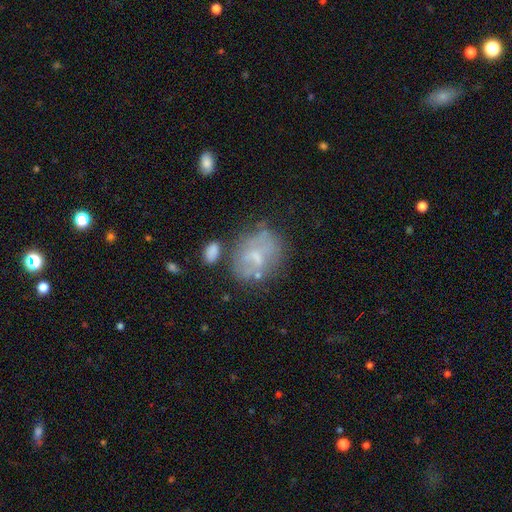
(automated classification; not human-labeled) This appears to be a featured or disk galaxy (49%). Merging: none (49%).